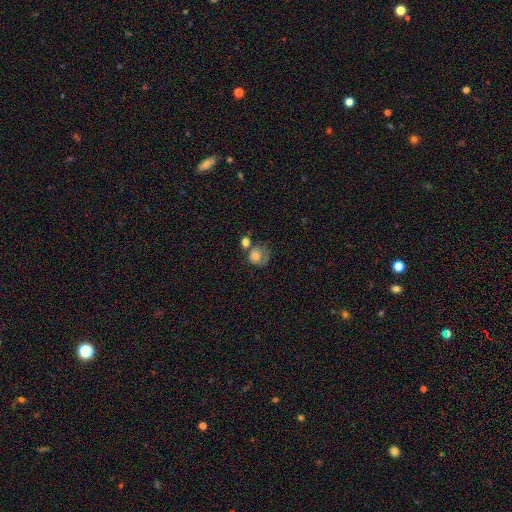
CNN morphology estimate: Q: Smooth or featured?
A: smooth (74%); runner-up: featured or disk (16%)
Q: How rounded?
A: round (77%); runner-up: in between (22%)
Q: Merging?
A: none (38%); runner-up: merger (24%)